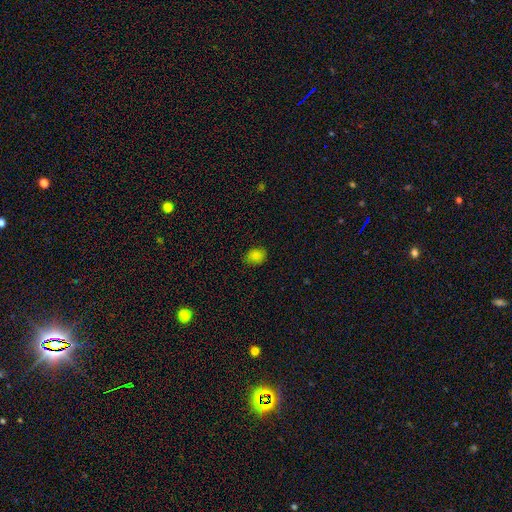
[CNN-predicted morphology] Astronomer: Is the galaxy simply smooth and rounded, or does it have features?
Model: smooth — 83%.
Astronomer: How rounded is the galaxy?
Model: round — 55% (runner-up: in between, 44%).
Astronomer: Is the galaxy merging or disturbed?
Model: none — 82%.